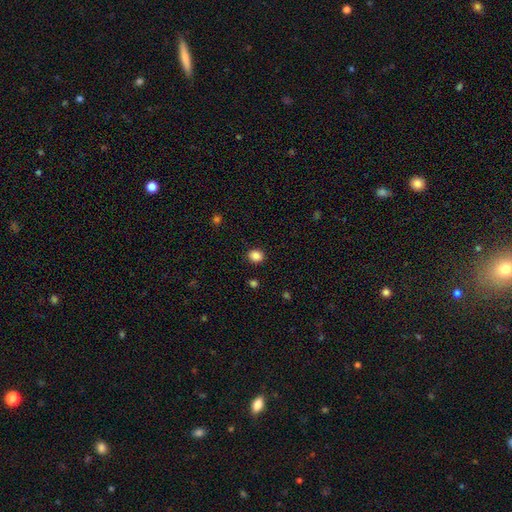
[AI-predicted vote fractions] This appears to be a smooth galaxy with no disk features (86%) that is round (66%). Merging: none (90%).